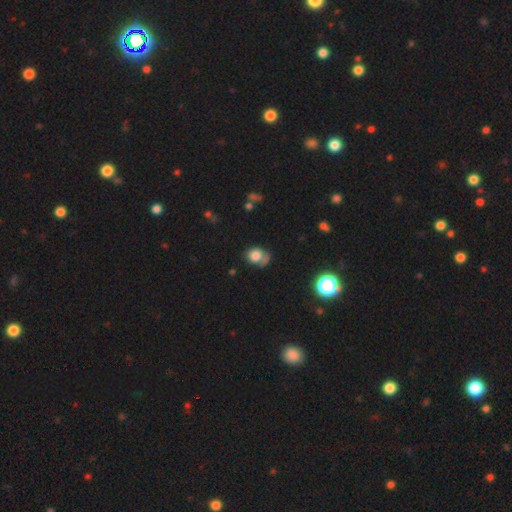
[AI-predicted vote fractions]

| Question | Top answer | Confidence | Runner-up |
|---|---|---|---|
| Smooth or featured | smooth | 72% | featured or disk (16%) |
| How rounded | round | 63% | in between (36%) |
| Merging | none | 47% | minor disturbance (26%) |